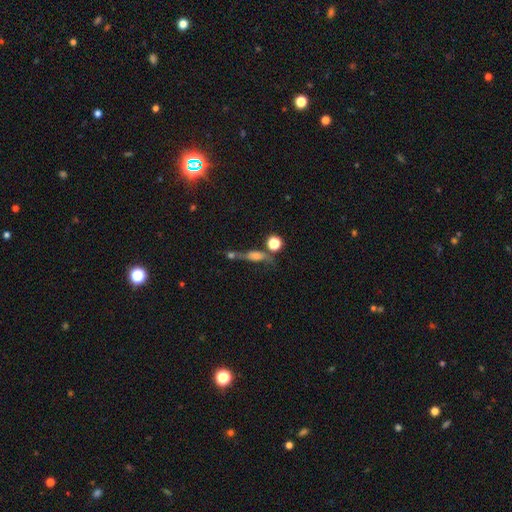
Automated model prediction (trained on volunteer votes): Smooth or featured? smooth (42%)
Merging? none (36%)